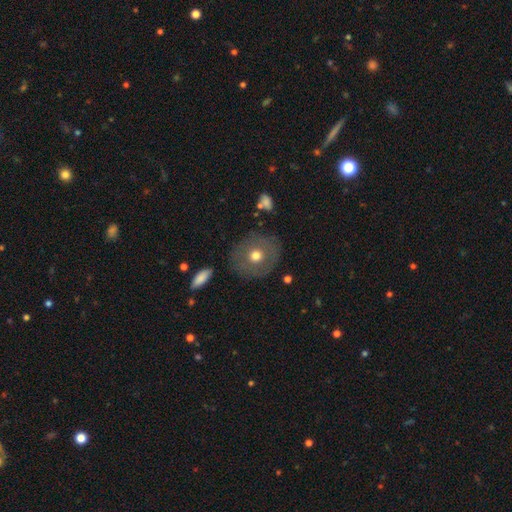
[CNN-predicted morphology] Smooth or featured?
  - smooth: 57% *
  - featured or disk: 35%
  - star or artifact: 8%
How rounded?
  - round: 85% *
  - in between: 14%
  - cigar-shaped: 1%
Merging?
  - none: 83% *
  - minor disturbance: 11%
  - major disturbance: 5%
  - merger: 2%